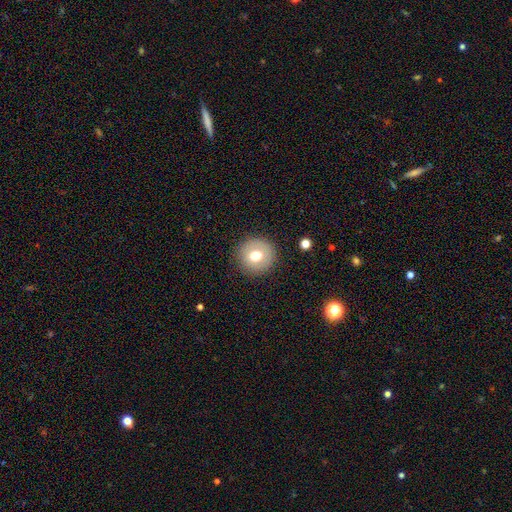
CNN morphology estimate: The model was most divided on "smooth or featured": smooth: 71%, featured or disk: 20%, star or artifact: 10%. More confident: how rounded — round (95%); merging — none (89%).